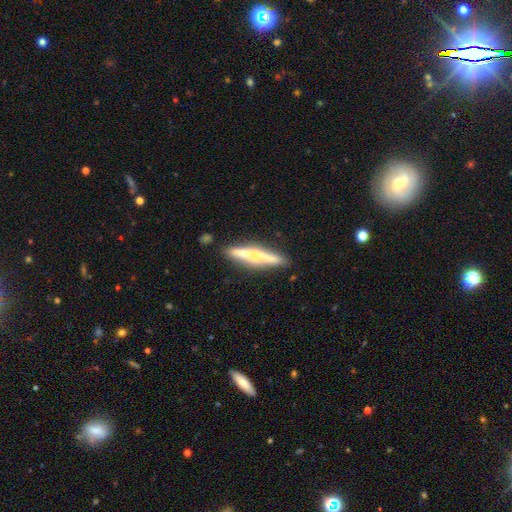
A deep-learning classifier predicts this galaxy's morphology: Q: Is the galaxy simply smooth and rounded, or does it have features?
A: featured or disk — 56%.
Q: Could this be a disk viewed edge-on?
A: yes — 96%.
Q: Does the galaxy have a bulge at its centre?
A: rounded — 49%.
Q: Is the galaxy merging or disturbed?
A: none — 85%.